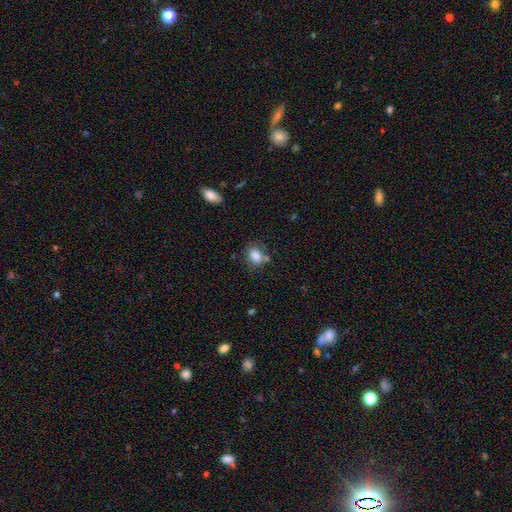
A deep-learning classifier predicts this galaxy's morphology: Smooth or featured?
  - smooth: 82% *
  - star or artifact: 9%
  - featured or disk: 9%
How rounded?
  - in between: 70% *
  - round: 28%
  - cigar-shaped: 1%
Merging?
  - none: 60% *
  - minor disturbance: 20%
  - merger: 12%
  - major disturbance: 7%